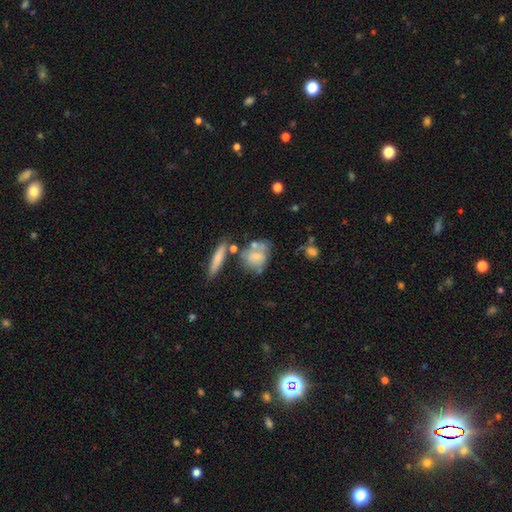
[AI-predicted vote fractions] smooth_or_featured: smooth (p=0.57) [alt: featured or disk p=0.35]
how_rounded: in between (p=0.51) [alt: round p=0.44]
merging: none (p=0.42) [alt: merger p=0.24]